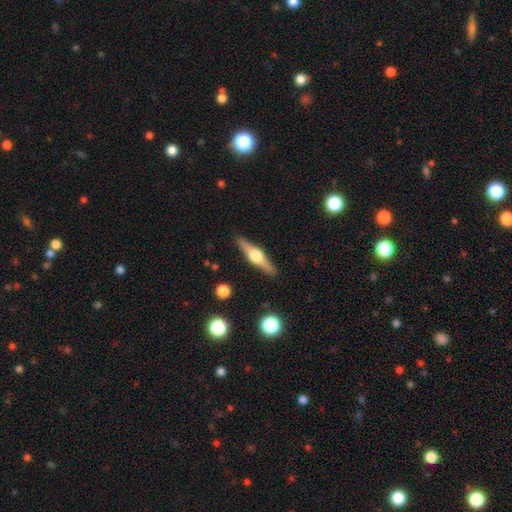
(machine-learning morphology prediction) Q: Smooth or featured?
A: featured or disk (72%); runner-up: smooth (23%)
Q: Edge-on disk?
A: yes (97%); runner-up: no (3%)
Q: Edge-on bulge?
A: rounded (94%); runner-up: boxy (4%)
Q: Merging?
A: none (90%); runner-up: minor disturbance (7%)